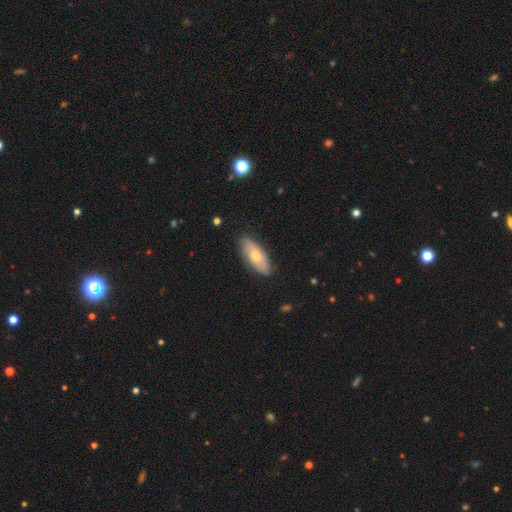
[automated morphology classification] smooth 53%, featured or disk 41%, star or artifact 7%. Down the decision tree: how rounded — in between (81%); merging — none (84%).